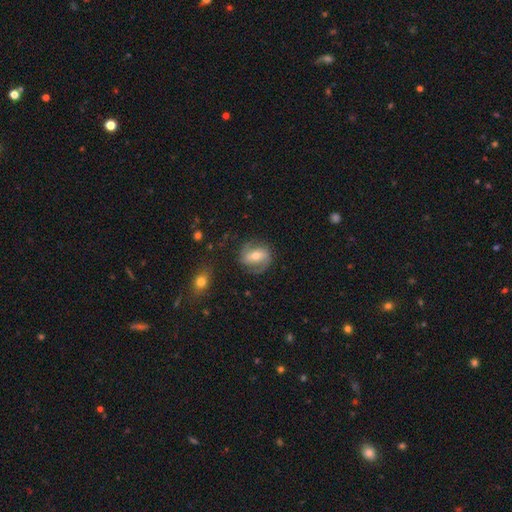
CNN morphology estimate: This appears to be a featured or disk galaxy (68%) with a weak bar (38%), 2 (84%) medium (45%) spiral arms (86%) and a moderate central bulge (66%). Merging: none (74%).